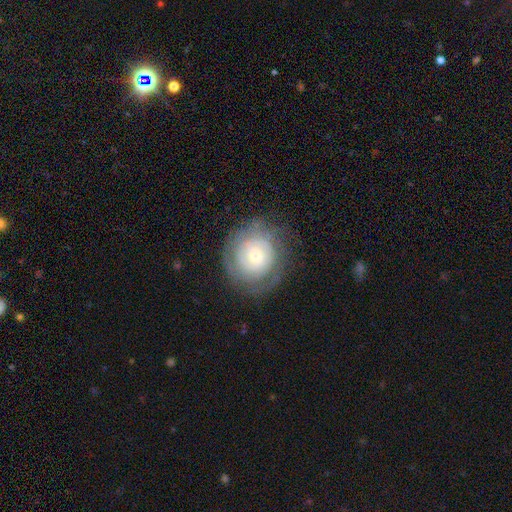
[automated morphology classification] Smooth or featured: featured or disk — 56% (smooth — 36%)
Edge-on disk: no — 97% (yes — 3%)
Bar: no — 82% (weak — 14%)
Spiral arms: yes — 66% (no — 34%)
Bulge size: small — 60% (moderate — 33%)
Merging: none — 76% (minor disturbance — 15%)